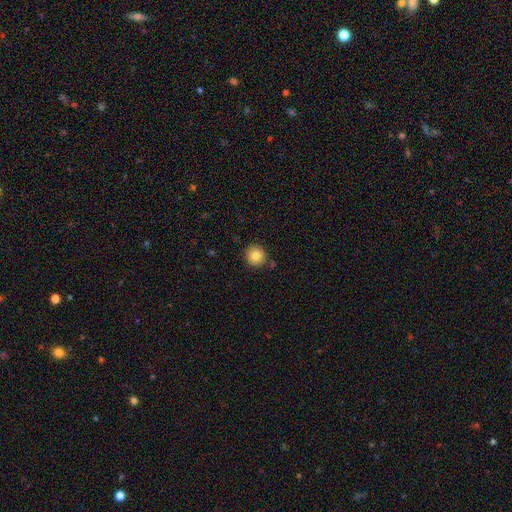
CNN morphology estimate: Smooth or featured? Predicted: smooth (p=0.82). How rounded? Predicted: round (p=0.94). Merging? Predicted: none (p=0.86).